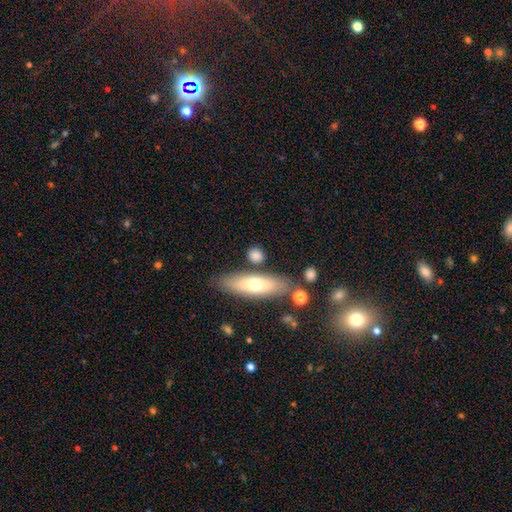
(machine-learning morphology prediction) The model was most divided on "how rounded": round: 42%, in between: 31%, cigar-shaped: 27%. More confident: merging — none (77%); smooth or featured — smooth (76%).